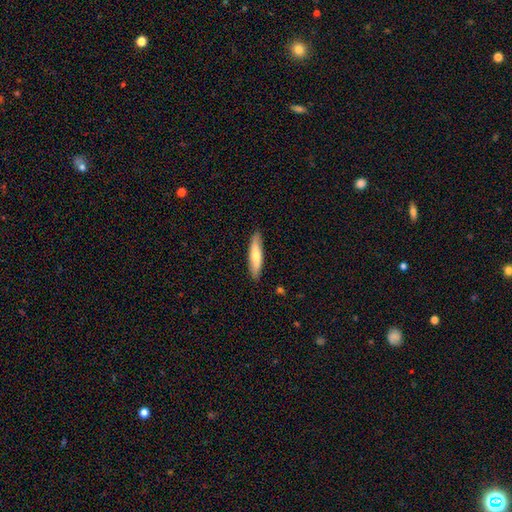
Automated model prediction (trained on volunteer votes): Q: Smooth or featured?
A: smooth (67%); runner-up: featured or disk (28%)
Q: How rounded?
A: cigar-shaped (78%); runner-up: in between (20%)
Q: Merging?
A: none (88%); runner-up: minor disturbance (9%)